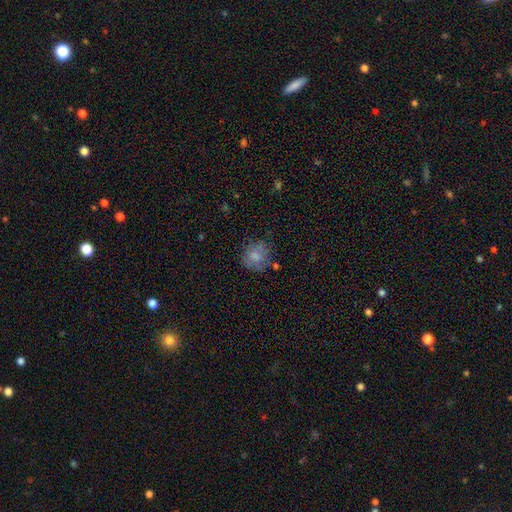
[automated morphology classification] A smooth galaxy with no disk features (75%) that is round (77%). Merging: none (67%).